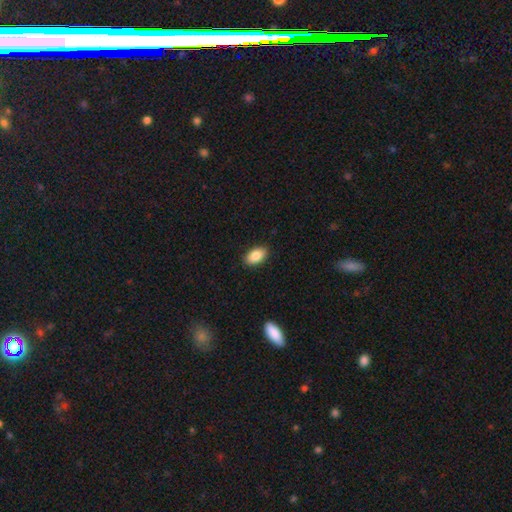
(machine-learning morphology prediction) Smooth or featured: smooth — 87% (star or artifact — 7%)
How rounded: in between — 92% (round — 6%)
Merging: none — 89% (minor disturbance — 8%)